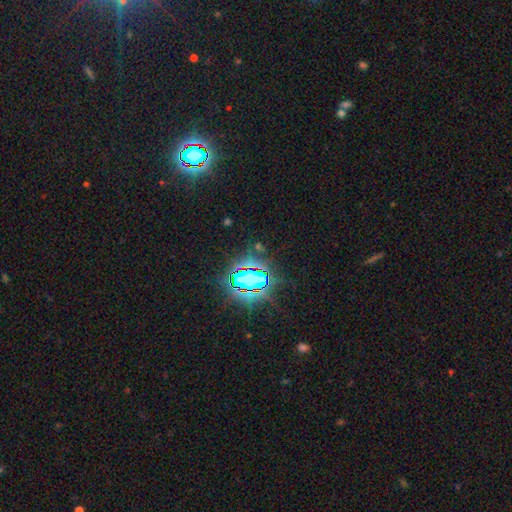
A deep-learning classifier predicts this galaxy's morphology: Smooth or featured? Predicted: star or artifact (p=0.82).